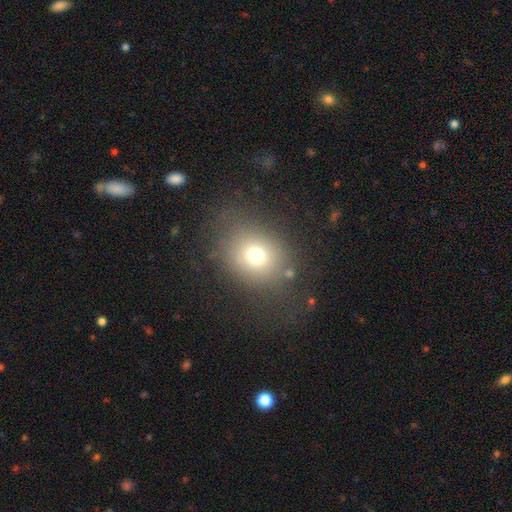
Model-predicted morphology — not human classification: A smooth galaxy with no disk features (70%) that is round (61%). Merging: none (74%).